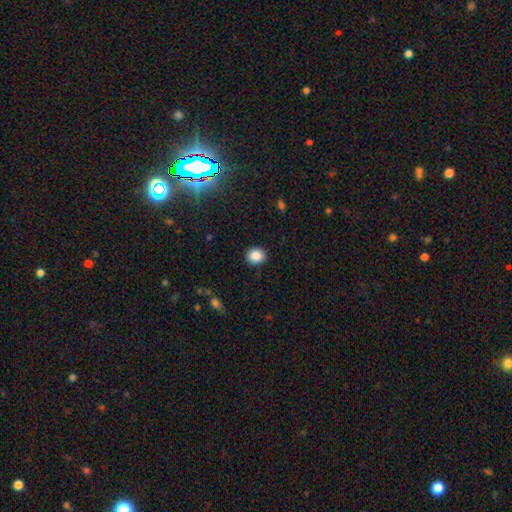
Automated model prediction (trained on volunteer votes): Morphology: type=smooth (88%); roundness=round (71%); merging=none (90%).